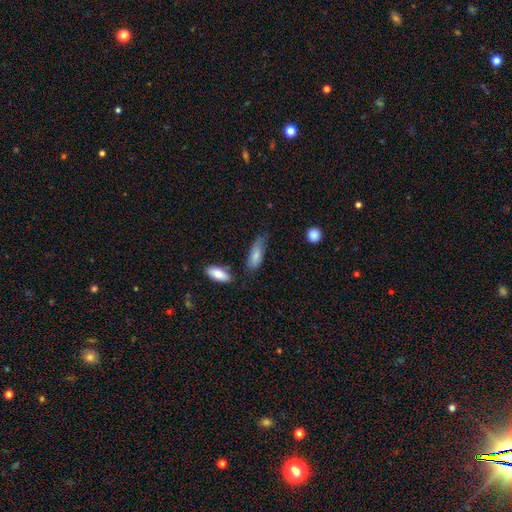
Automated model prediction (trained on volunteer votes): Smooth or featured: smooth — 79% (featured or disk — 14%)
How rounded: in between — 71% (cigar-shaped — 26%)
Merging: none — 49% (minor disturbance — 35%)